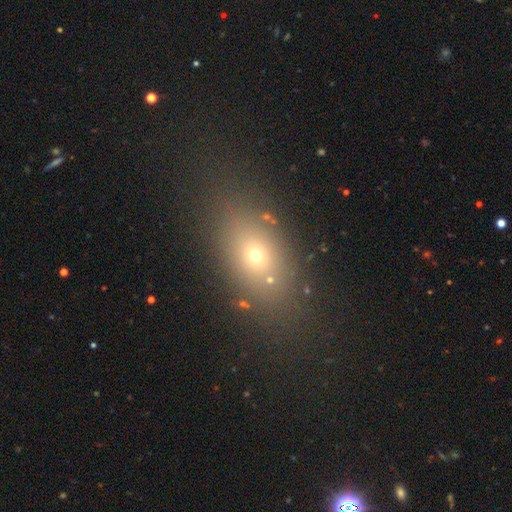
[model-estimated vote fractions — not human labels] Q: Smooth or featured?
A: smooth (64%); runner-up: star or artifact (20%)
Q: How rounded?
A: in between (72%); runner-up: round (22%)
Q: Merging?
A: none (75%); runner-up: minor disturbance (12%)